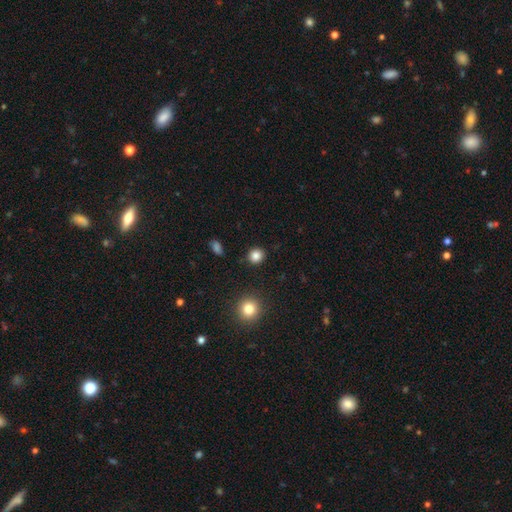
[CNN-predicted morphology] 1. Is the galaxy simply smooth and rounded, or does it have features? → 84% smooth, 12% star or artifact, 4% featured or disk.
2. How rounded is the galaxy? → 88% round, 11% in between, 1% cigar-shaped.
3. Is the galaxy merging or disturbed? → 90% none, 6% minor disturbance, 2% major disturbance, 2% merger.